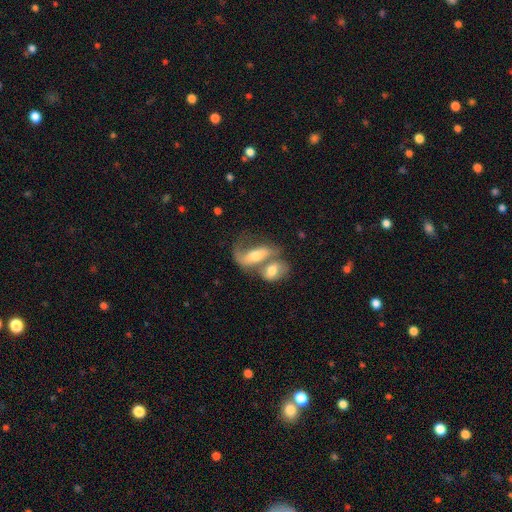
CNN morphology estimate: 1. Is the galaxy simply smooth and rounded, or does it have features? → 54% featured or disk, 39% smooth, 7% star or artifact.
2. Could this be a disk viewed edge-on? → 89% no, 11% yes.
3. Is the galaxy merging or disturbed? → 69% merger, 14% none, 10% major disturbance, 7% minor disturbance.